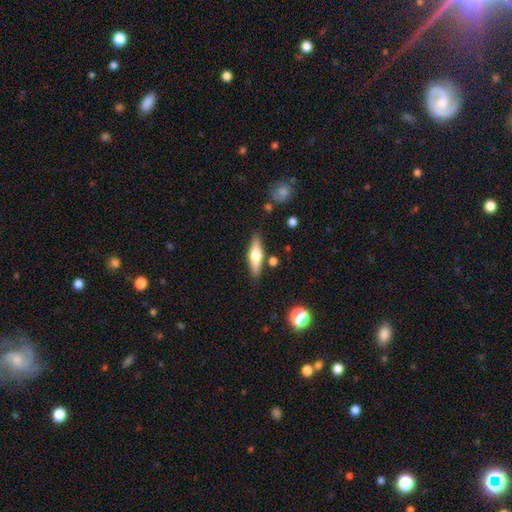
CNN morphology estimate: Smooth or featured? Predicted: smooth (p=0.49). Merging? Predicted: none (p=0.83).